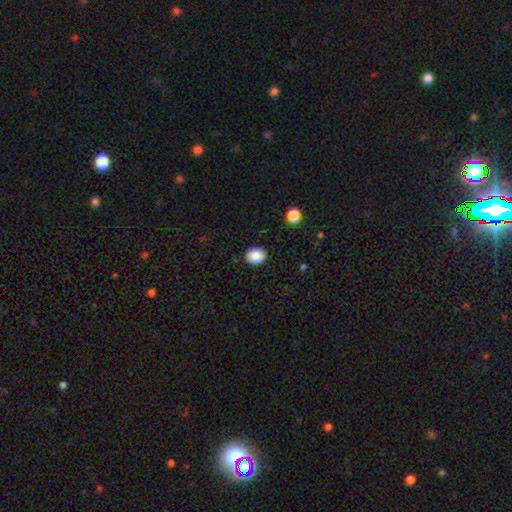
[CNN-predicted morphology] smooth_or_featured: smooth (p=0.88) [alt: star or artifact p=0.08]
how_rounded: round (p=0.54) [alt: in between p=0.45]
merging: none (p=0.89) [alt: minor disturbance p=0.08]